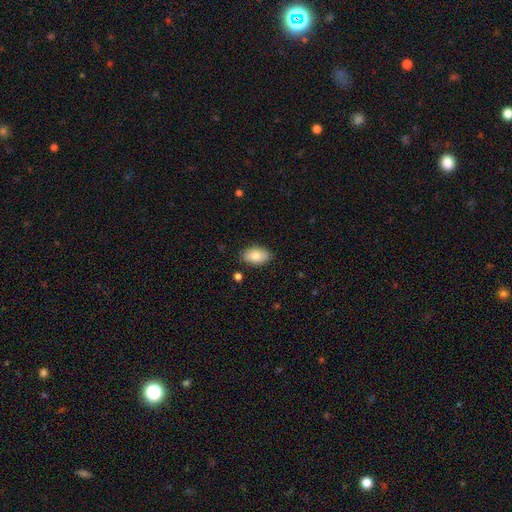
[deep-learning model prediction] The model was most divided on "smooth or featured": smooth: 83%, featured or disk: 10%, star or artifact: 7%. More confident: how rounded — in between (93%); merging — none (85%).